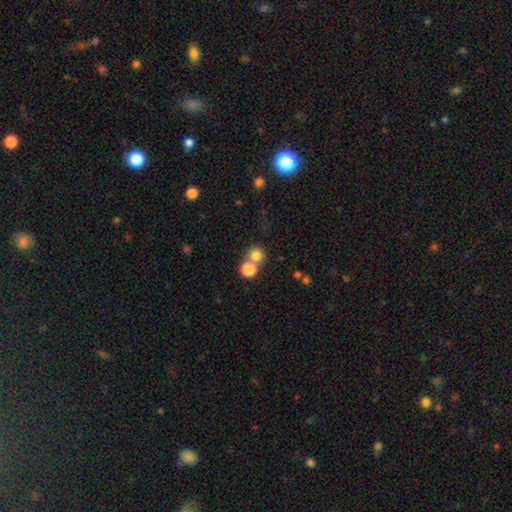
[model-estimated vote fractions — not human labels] This appears to be a smooth galaxy with no disk features (77%) that is round (89%). Merging: none (57%).